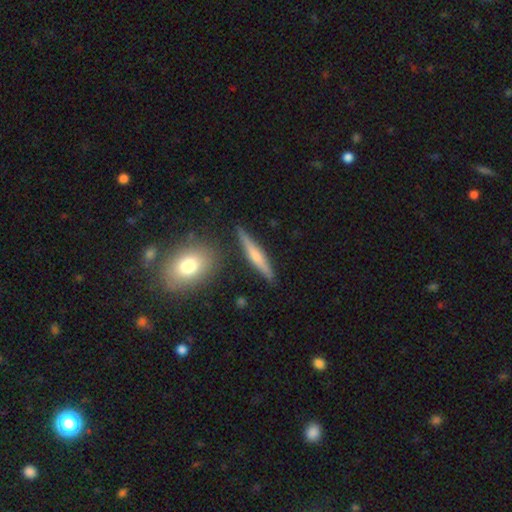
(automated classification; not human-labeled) The model was most divided on "smooth or featured": featured or disk: 54%, smooth: 40%, star or artifact: 6%. More confident: edge-on disk — yes (95%); merging — none (87%); edge-on bulge — rounded (71%).